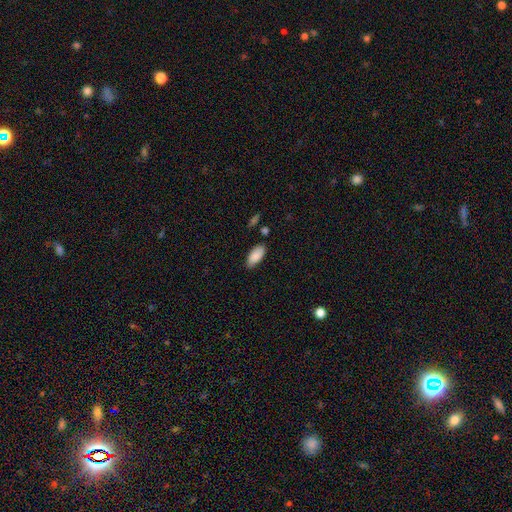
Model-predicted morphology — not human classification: Overall: smooth (87%). How rounded: in between (91%). Merging: none (82%).